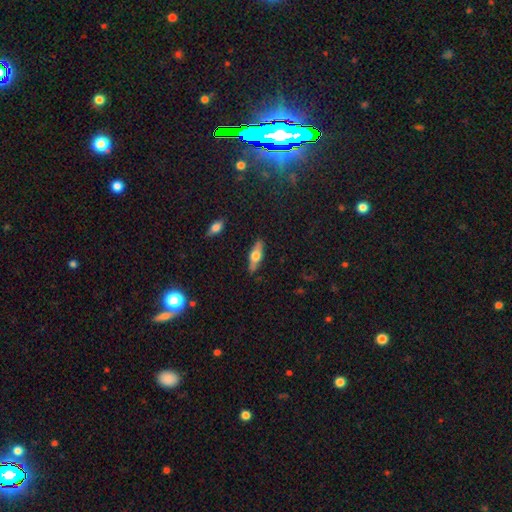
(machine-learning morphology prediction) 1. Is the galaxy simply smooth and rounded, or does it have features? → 49% featured or disk, 45% smooth, 6% star or artifact.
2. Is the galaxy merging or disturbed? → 87% none, 9% minor disturbance, 2% major disturbance, 1% merger.